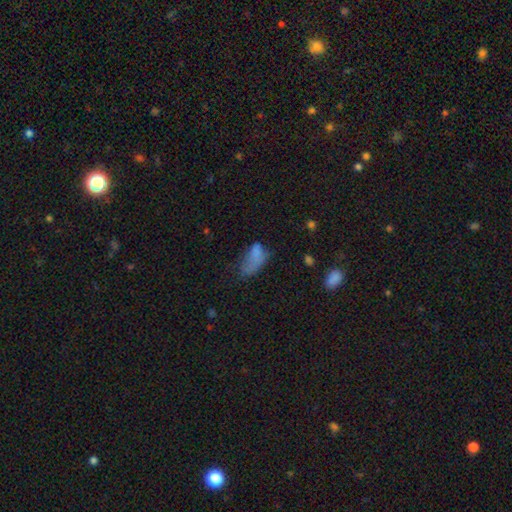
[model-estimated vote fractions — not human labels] smooth-or-featured: smooth: 68% | featured or disk: 19% | star or artifact: 13%
  how-rounded: in between: 90% | round: 5% | cigar-shaped: 5%
  merging: major disturbance: 42% | minor disturbance: 28% | none: 24% | merger: 6%